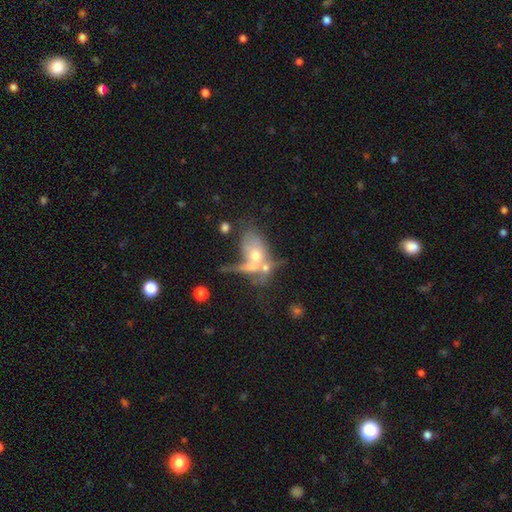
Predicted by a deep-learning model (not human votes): smooth_or_featured: featured or disk (p=0.45) [alt: smooth p=0.44]
merging: merger (p=0.47) [alt: major disturbance p=0.23]